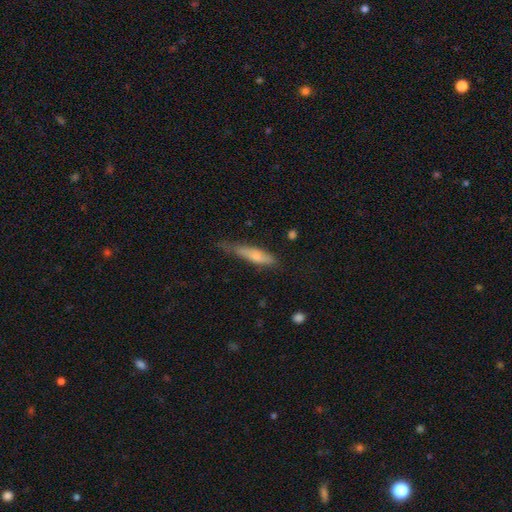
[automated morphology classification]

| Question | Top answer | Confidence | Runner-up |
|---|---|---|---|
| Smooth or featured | smooth | 67% | featured or disk (27%) |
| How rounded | cigar-shaped | 80% | in between (18%) |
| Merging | none | 52% | minor disturbance (35%) |